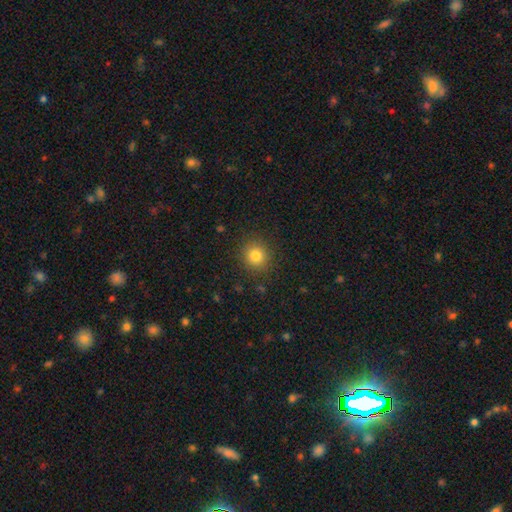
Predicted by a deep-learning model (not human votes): A smooth galaxy with no disk features (82%) that is round (90%).

Vote fractions:
- Smooth or featured? smooth: 82% / star or artifact: 12% / featured or disk: 6%
- How rounded? round: 90% / in between: 9% / cigar-shaped: 1%
- Merging? none: 88% / minor disturbance: 8% / major disturbance: 3% / merger: 1%